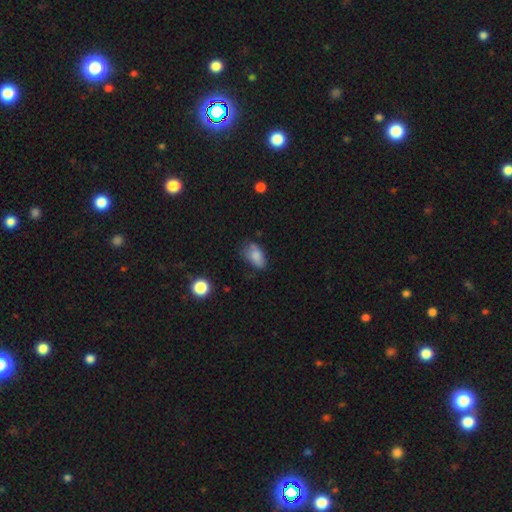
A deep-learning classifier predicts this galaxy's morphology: Smooth or featured? Predicted: smooth (p=0.78). How rounded? Predicted: in between (p=0.90). Merging? Predicted: none (p=0.50).